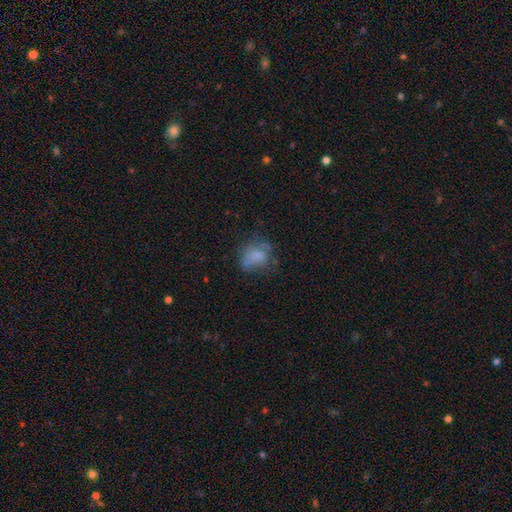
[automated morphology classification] Smooth or featured?
  - smooth: 70% *
  - featured or disk: 18%
  - star or artifact: 12%
How rounded?
  - round: 53% *
  - in between: 46%
  - cigar-shaped: 1%
Merging?
  - none: 48% *
  - minor disturbance: 28%
  - major disturbance: 19%
  - merger: 6%